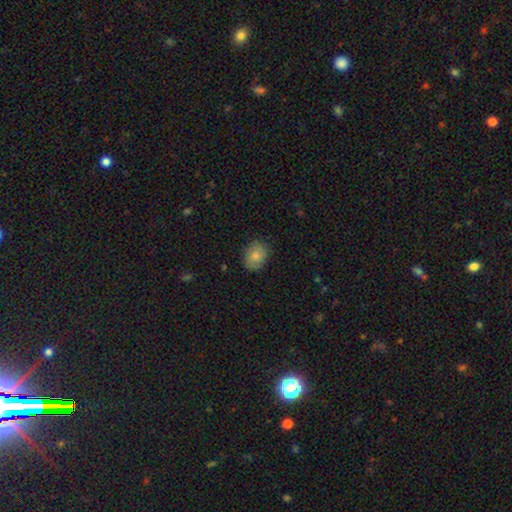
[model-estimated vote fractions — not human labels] Morphology: type=smooth (78%); roundness=in between (53%); merging=none (79%).